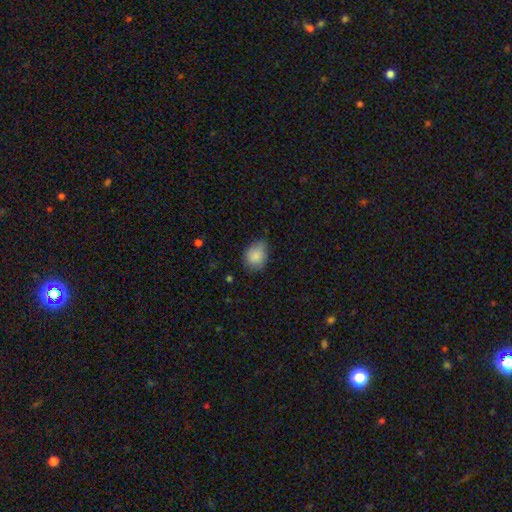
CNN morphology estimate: smooth_or_featured: smooth (p=0.86) [alt: star or artifact p=0.08]
how_rounded: in between (p=0.53) [alt: round p=0.46]
merging: none (p=0.59) [alt: minor disturbance p=0.33]